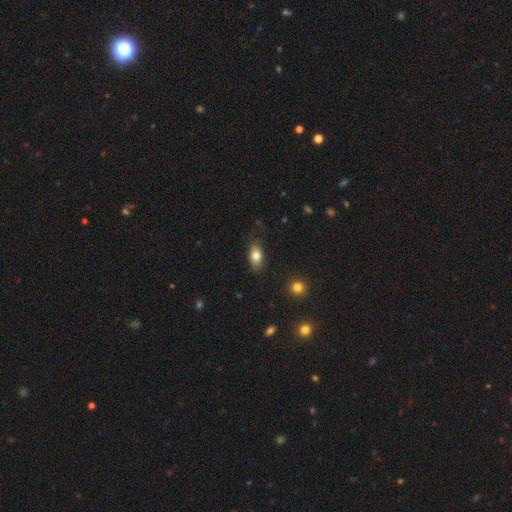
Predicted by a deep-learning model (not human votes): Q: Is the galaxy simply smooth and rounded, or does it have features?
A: smooth — 80%.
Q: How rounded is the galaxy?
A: in between — 86%.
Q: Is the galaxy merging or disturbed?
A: none — 81%.